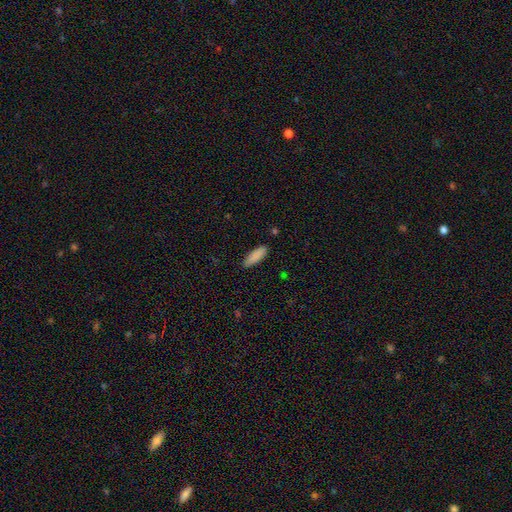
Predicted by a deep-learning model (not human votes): The model was most divided on "how rounded": in between: 53%, cigar-shaped: 46%, round: 2%. More confident: smooth or featured — smooth (88%); merging — none (87%).